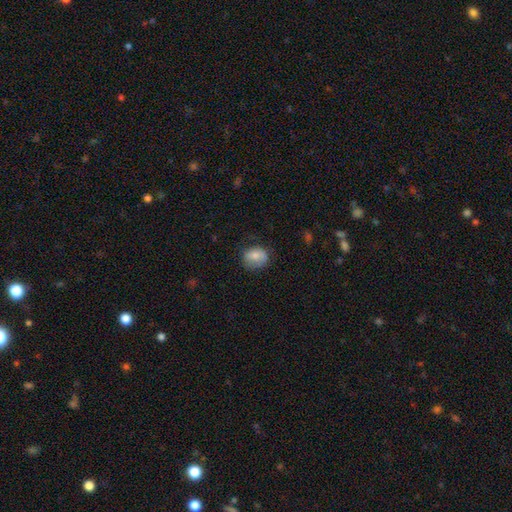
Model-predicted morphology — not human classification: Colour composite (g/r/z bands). It shows a smooth galaxy with no disk features (75%) that is round (58%). Merging: none (64%).